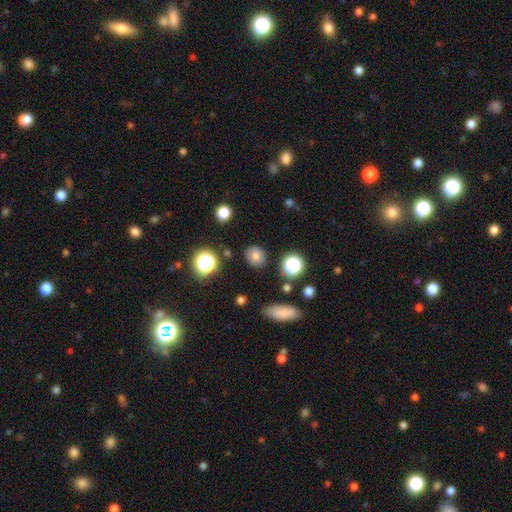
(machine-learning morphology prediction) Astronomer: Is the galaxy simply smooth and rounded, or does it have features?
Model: smooth — 76%.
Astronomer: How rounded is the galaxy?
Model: round — 72%.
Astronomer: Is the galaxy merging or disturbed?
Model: none — 86%.